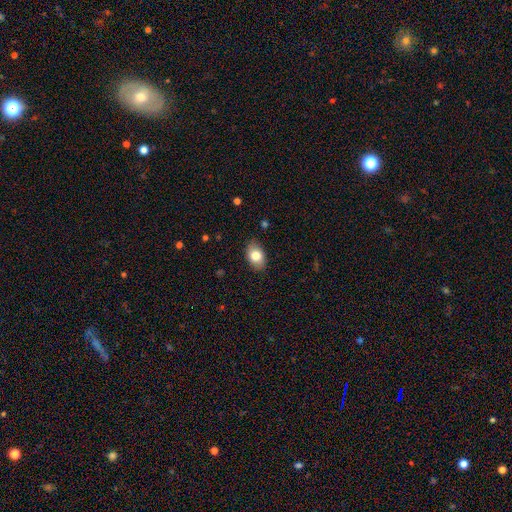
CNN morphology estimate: smooth-or-featured: smooth: 81% | featured or disk: 11% | star or artifact: 8%
  how-rounded: in between: 85% | round: 14% | cigar-shaped: 1%
  merging: none: 85% | minor disturbance: 11% | major disturbance: 2% | merger: 1%